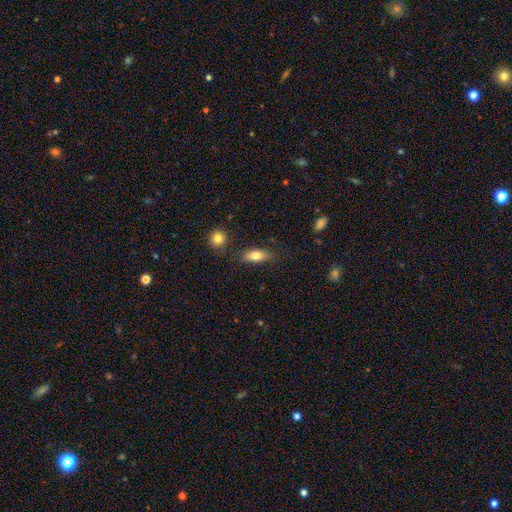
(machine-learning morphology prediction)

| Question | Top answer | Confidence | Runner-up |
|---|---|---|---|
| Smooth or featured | smooth | 78% | featured or disk (14%) |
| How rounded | in between | 81% | cigar-shaped (15%) |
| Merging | none | 77% | minor disturbance (15%) |